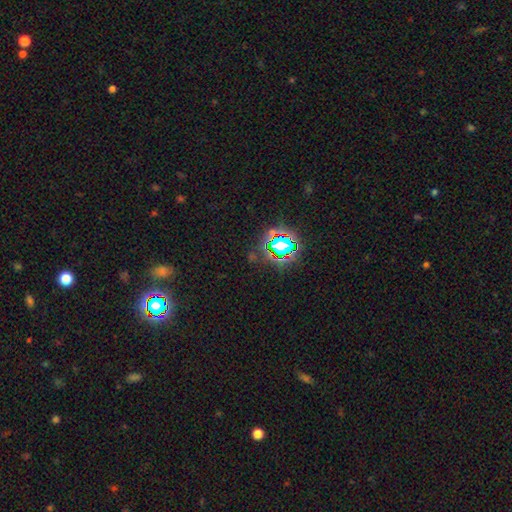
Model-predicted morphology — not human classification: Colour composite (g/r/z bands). It shows a star or artifact, not a galaxy (78%).